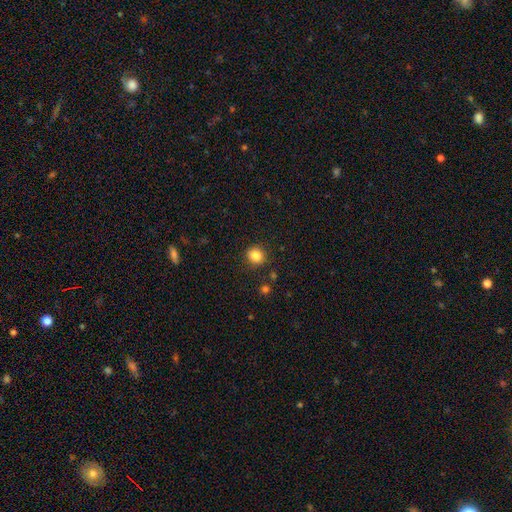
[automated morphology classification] smooth_or_featured: smooth (p=0.84) [alt: star or artifact p=0.11]
how_rounded: round (p=0.85) [alt: in between p=0.14]
merging: none (p=0.89) [alt: minor disturbance p=0.07]